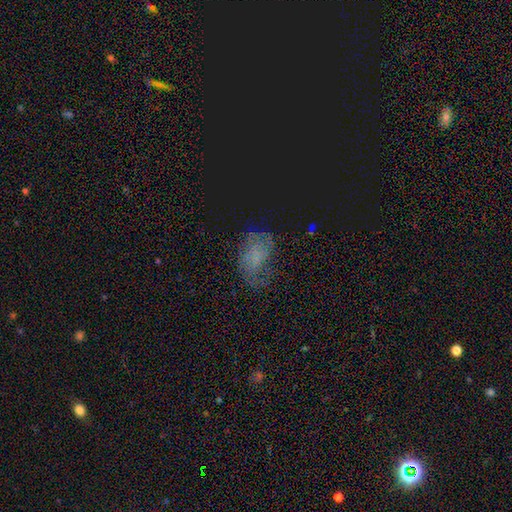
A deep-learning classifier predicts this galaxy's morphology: Overall: featured or disk (39%; smooth 35%). Merging: none (53%; minor disturbance 24%).